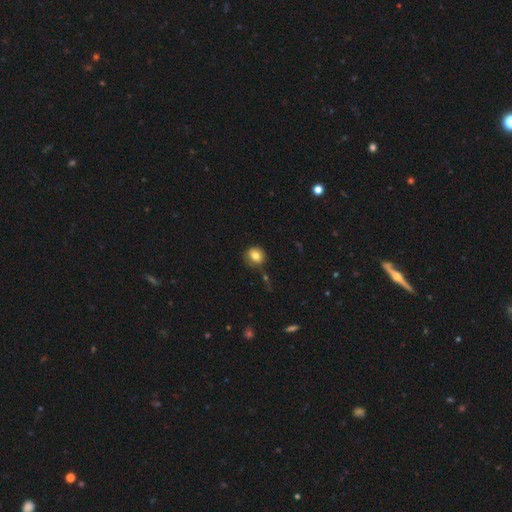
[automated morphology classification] Q: Smooth or featured?
A: smooth (82%); runner-up: star or artifact (10%)
Q: How rounded?
A: round (82%); runner-up: in between (17%)
Q: Merging?
A: none (73%); runner-up: minor disturbance (17%)